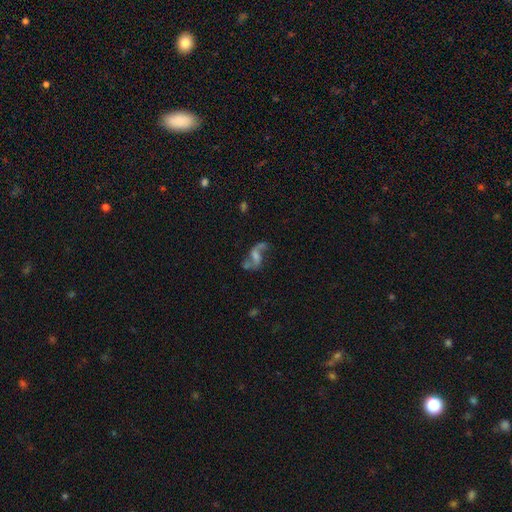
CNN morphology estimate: smooth-or-featured: featured or disk: 77% | smooth: 12% | star or artifact: 11%
  disk-edge-on: no: 96% | yes: 4%
    bar: weak: 45% | no: 35% | strong: 20%
    has-spiral-arms: yes: 88% | no: 12%
      spiral-winding: loose: 82% | medium: 15% | tight: 3%
      spiral-arm-count: 2: 89% | 1: 5% | can't tell: 3% | 3: 1% | 4: 1% | more than 4: 1%
    bulge-size: small: 33% | none: 31% | moderate: 27% | large: 7% | dominant: 2%
  merging: none: 55% | major disturbance: 19% | minor disturbance: 16% | merger: 10%